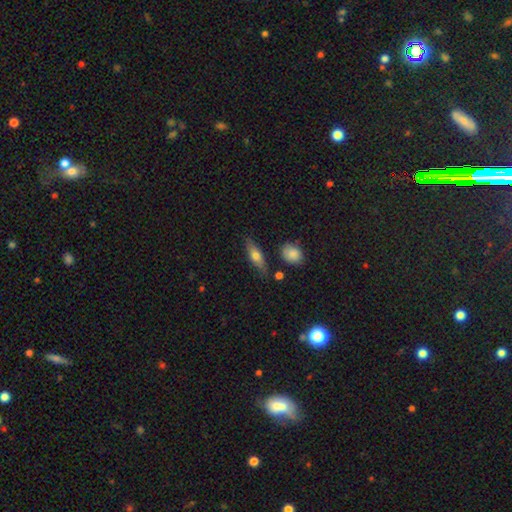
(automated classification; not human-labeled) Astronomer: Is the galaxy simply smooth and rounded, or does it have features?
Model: smooth — 60%.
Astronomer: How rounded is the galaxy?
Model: in between — 52% (runner-up: cigar-shaped, 44%).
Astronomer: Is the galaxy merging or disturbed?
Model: none — 76%.